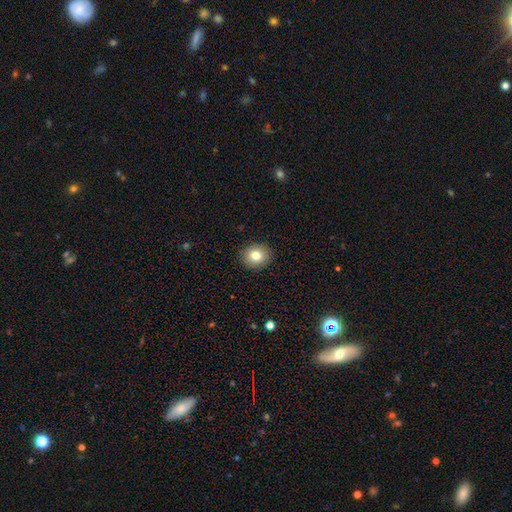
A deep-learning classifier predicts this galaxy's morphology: Q: Smooth or featured?
A: smooth (80%); runner-up: featured or disk (10%)
Q: How rounded?
A: round (79%); runner-up: in between (20%)
Q: Merging?
A: none (91%); runner-up: minor disturbance (6%)